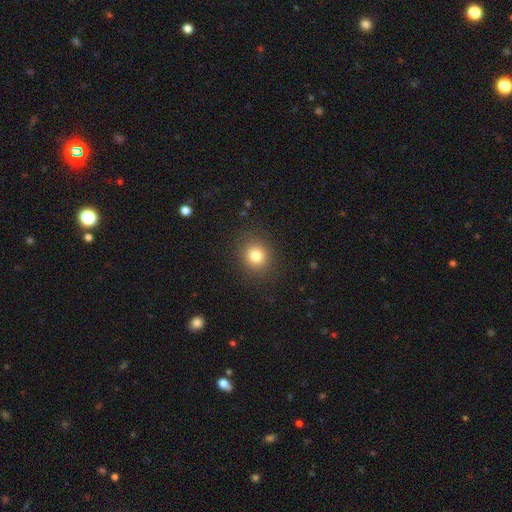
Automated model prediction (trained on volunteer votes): Smooth or featured: smooth — 81% (star or artifact — 12%)
How rounded: round — 82% (in between — 17%)
Merging: none — 88% (minor disturbance — 8%)